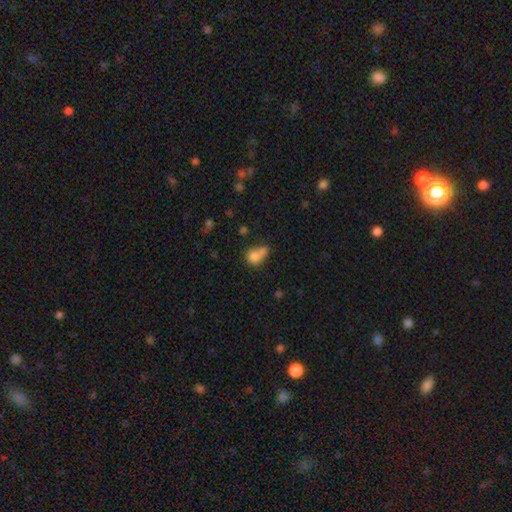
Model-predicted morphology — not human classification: The model was most divided on "merging": merger: 39%, none: 27%, minor disturbance: 19%, major disturbance: 15%. More confident: smooth or featured — smooth (75%); how rounded — in between (55%).